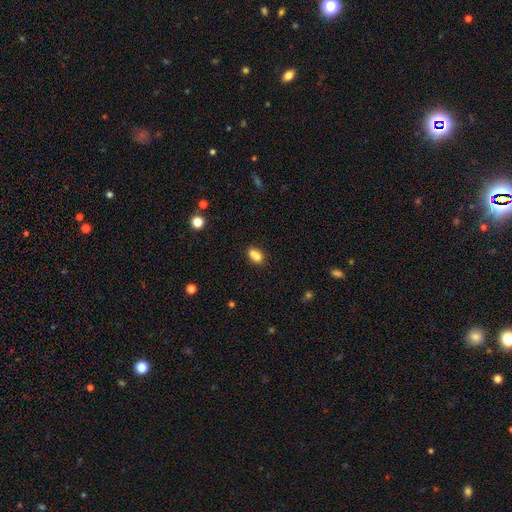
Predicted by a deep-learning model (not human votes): A smooth galaxy with no disk features (74%) that is in between round and cigar-shaped (57%). Merging: merger (54%).